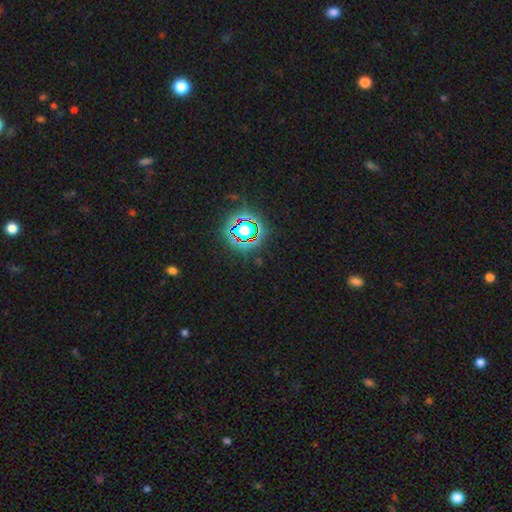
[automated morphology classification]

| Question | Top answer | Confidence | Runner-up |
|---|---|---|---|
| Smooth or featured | star or artifact | 79% | smooth (13%) |